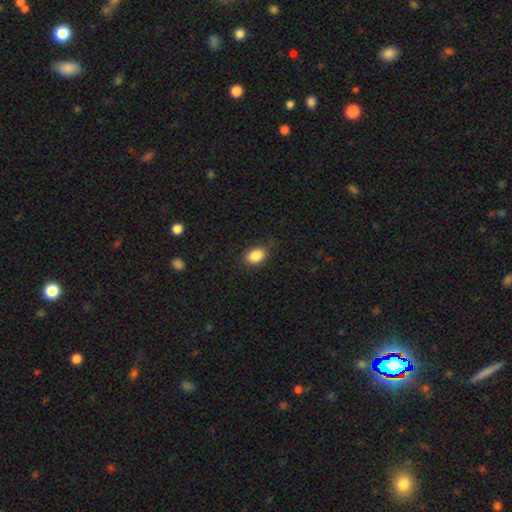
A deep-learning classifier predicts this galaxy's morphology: Smooth or featured? Predicted: smooth (p=0.87). How rounded? Predicted: in between (p=0.78). Merging? Predicted: none (p=0.80).